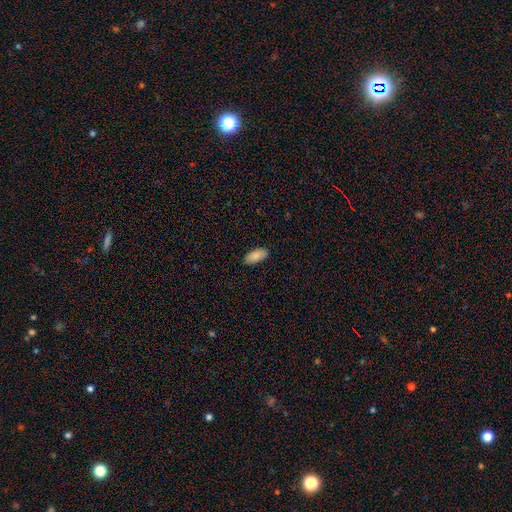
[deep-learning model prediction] A smooth galaxy with no disk features (88%) that is in between round and cigar-shaped (91%).

Vote fractions:
- Smooth or featured? smooth: 88% / star or artifact: 6% / featured or disk: 6%
- How rounded? in between: 91% / cigar-shaped: 7% / round: 2%
- Merging? none: 88% / minor disturbance: 9% / major disturbance: 2% / merger: 1%